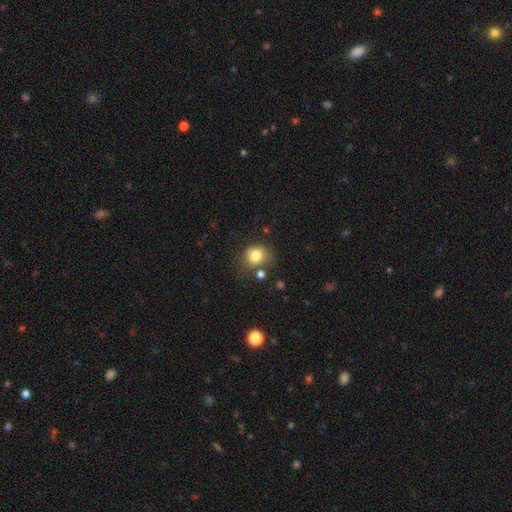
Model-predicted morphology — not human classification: This is likely a smooth galaxy (79%). How rounded: likely round (69%). Merging: likely none (61%).